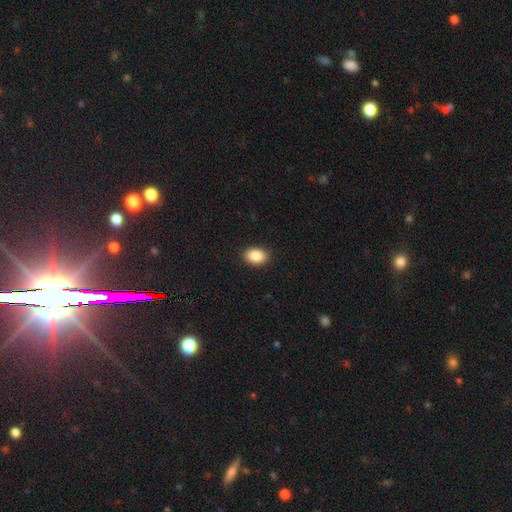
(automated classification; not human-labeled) A smooth galaxy with no disk features (89%) that is in between round and cigar-shaped (81%). Merging: none (90%).